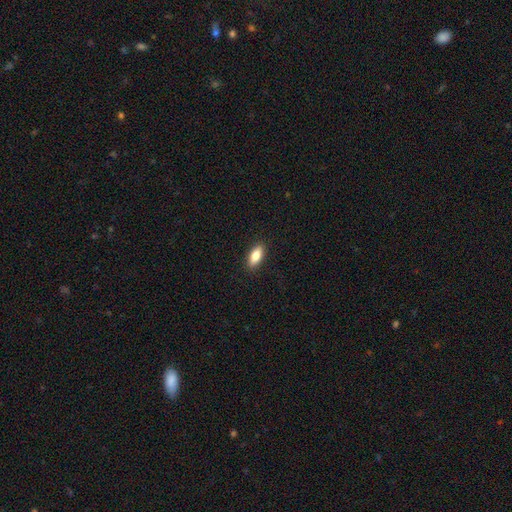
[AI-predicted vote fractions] smooth_or_featured: smooth (p=0.81) [alt: featured or disk p=0.12]
how_rounded: in between (p=0.83) [alt: cigar-shaped p=0.14]
merging: none (p=0.90) [alt: minor disturbance p=0.08]